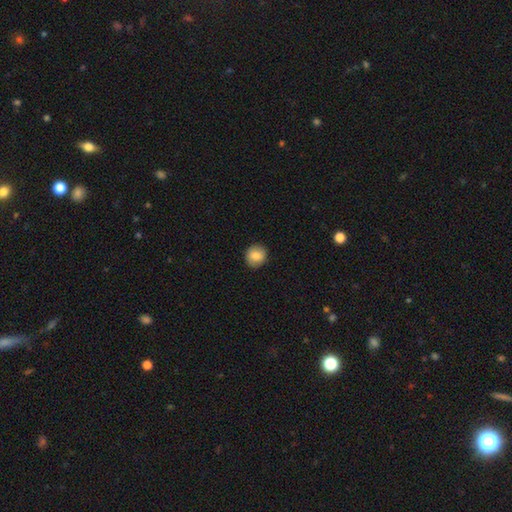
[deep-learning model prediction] Morphology: type=smooth (84%); roundness=round (89%); merging=none (90%).